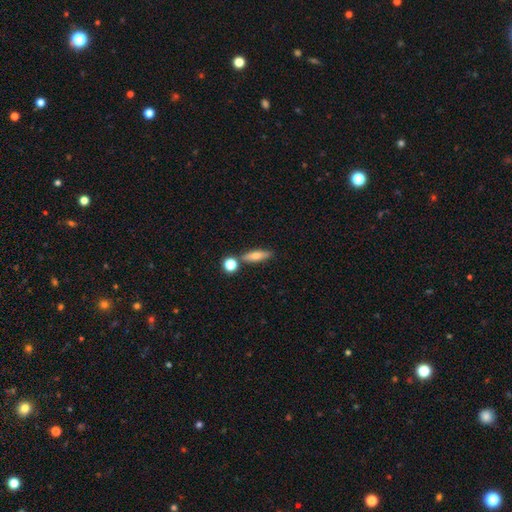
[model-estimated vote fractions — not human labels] A smooth galaxy with no disk features (60%) that is cigar-shaped (55%).

Vote fractions:
- Smooth or featured? smooth: 60% / featured or disk: 31% / star or artifact: 9%
- How rounded? cigar-shaped: 55% / in between: 39% / round: 6%
- Merging? none: 76% / merger: 11% / minor disturbance: 10% / major disturbance: 3%